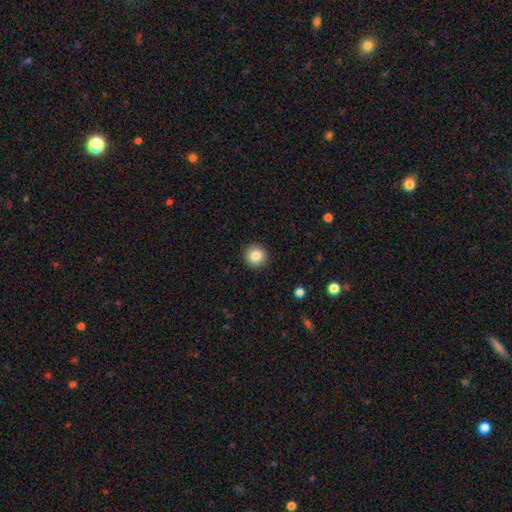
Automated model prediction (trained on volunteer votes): Morphology: type=smooth (85%); roundness=round (94%); merging=none (92%).